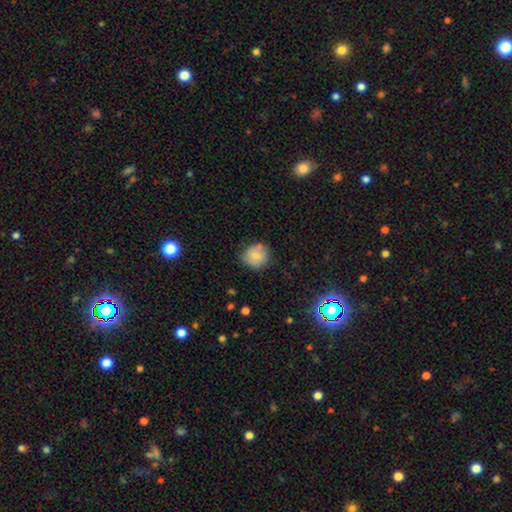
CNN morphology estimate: Smooth or featured? Predicted: smooth (p=0.73). How rounded? Predicted: round (p=0.84). Merging? Predicted: none (p=0.67).